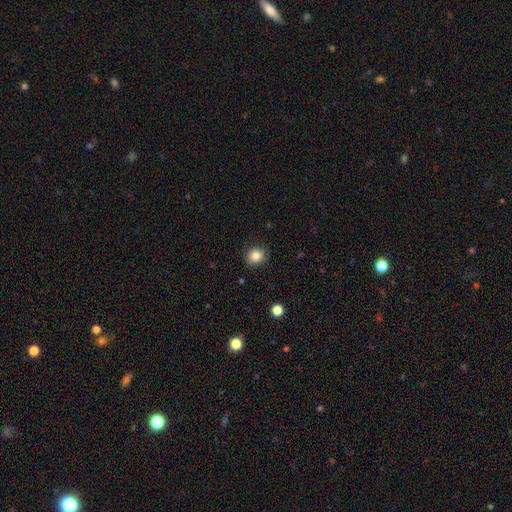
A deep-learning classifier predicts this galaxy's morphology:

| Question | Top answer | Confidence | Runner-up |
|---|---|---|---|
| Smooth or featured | smooth | 83% | star or artifact (11%) |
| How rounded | round | 81% | in between (19%) |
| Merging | none | 89% | minor disturbance (8%) |